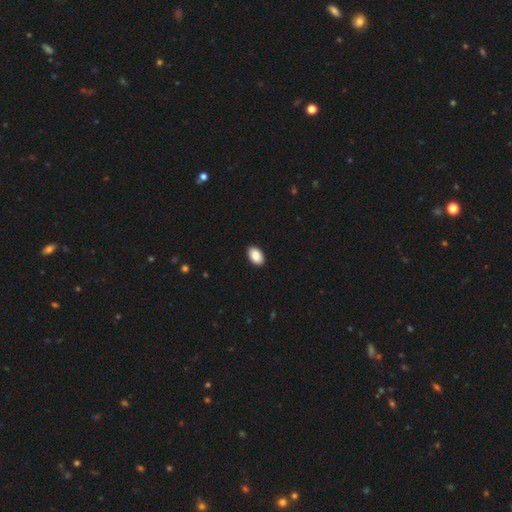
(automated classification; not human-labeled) A smooth galaxy with no disk features (90%) that is in between round and cigar-shaped (92%). Merging: none (91%).